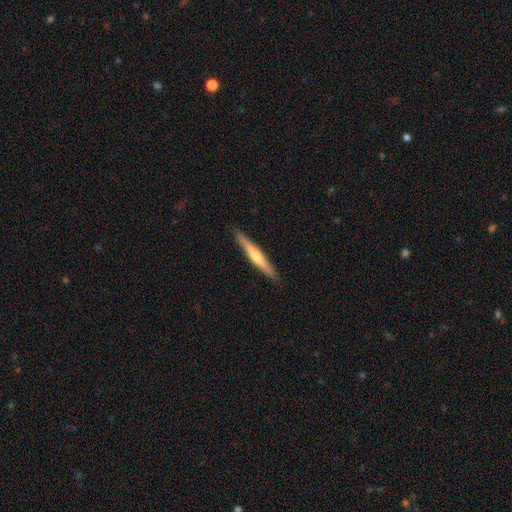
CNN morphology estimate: smooth-or-featured: featured or disk: 56% | smooth: 39% | star or artifact: 5%
  disk-edge-on: yes: 96% | no: 4%
    edge-on-bulge: rounded: 75% | none: 19% | boxy: 7%
  merging: none: 90% | minor disturbance: 8% | major disturbance: 1% | merger: 1%